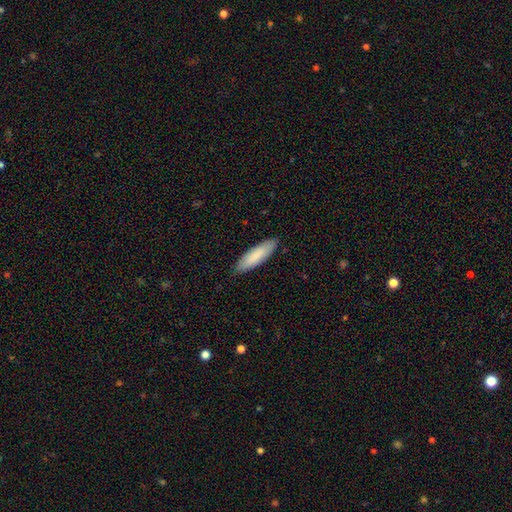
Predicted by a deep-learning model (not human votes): smooth 85%, featured or disk 10%, star or artifact 5%. Down the decision tree: how rounded — cigar-shaped (58%); merging — none (88%).